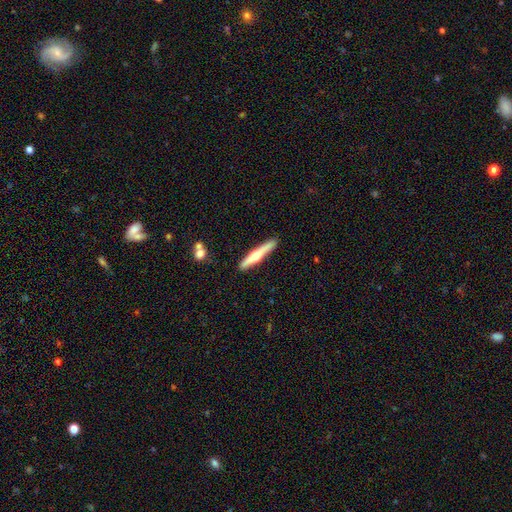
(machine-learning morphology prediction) This is likely a featured or disk galaxy (60%). It is clearly viewed edge-on (96%). Edge-on bulge: clearly rounded (92%). Merging: clearly none (89%).